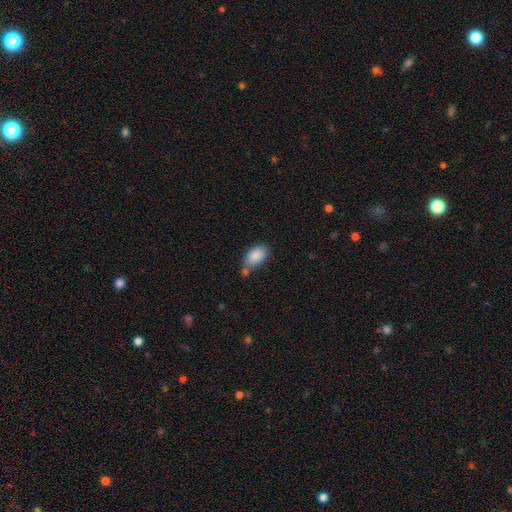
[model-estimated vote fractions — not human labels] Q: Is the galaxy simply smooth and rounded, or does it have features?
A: smooth — 87%.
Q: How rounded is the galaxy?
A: in between — 93%.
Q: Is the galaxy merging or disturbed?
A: none — 59%.